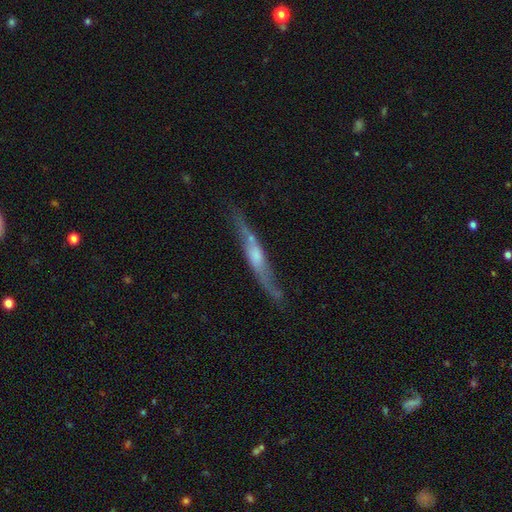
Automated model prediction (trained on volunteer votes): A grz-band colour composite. It shows a featured or disk galaxy (65%) viewed edge-on (82%) with a rounded central bulge (49%). Merging: none (68%).